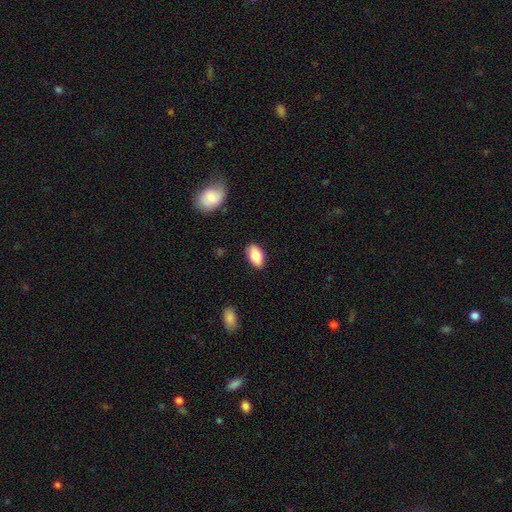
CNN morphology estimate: This is clearly a smooth galaxy (86%). How rounded: clearly in between (93%). Merging: clearly none (86%).